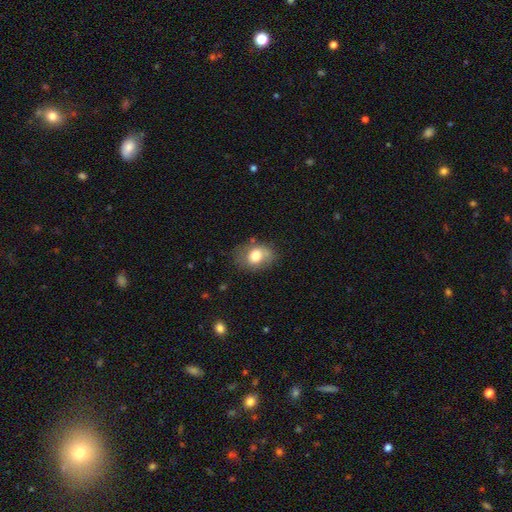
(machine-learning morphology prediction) This appears to be a smooth galaxy with no disk features (71%) that is in between round and cigar-shaped (64%). Merging: none (59%).